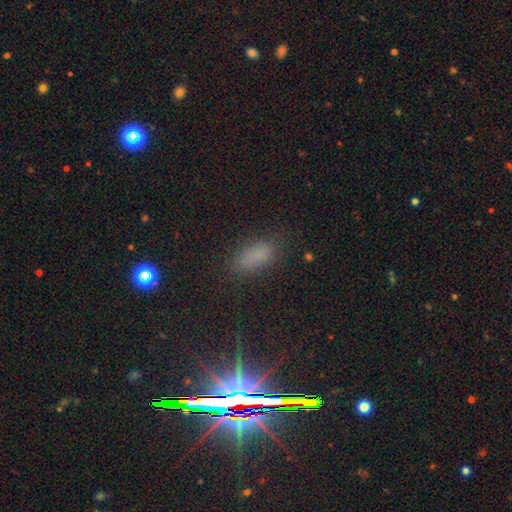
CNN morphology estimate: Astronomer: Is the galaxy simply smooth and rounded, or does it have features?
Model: smooth — 71%.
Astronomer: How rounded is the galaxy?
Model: in between — 83%.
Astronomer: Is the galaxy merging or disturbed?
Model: none — 80%.